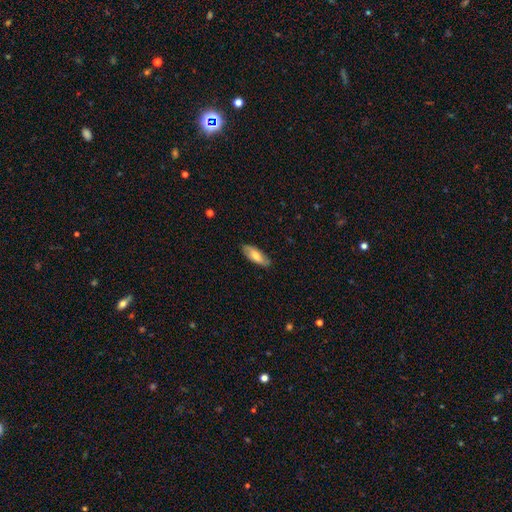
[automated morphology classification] smooth-or-featured: smooth: 64% | featured or disk: 30% | star or artifact: 6%
  how-rounded: in between: 68% | cigar-shaped: 30% | round: 2%
  merging: none: 82% | minor disturbance: 14% | major disturbance: 3% | merger: 1%